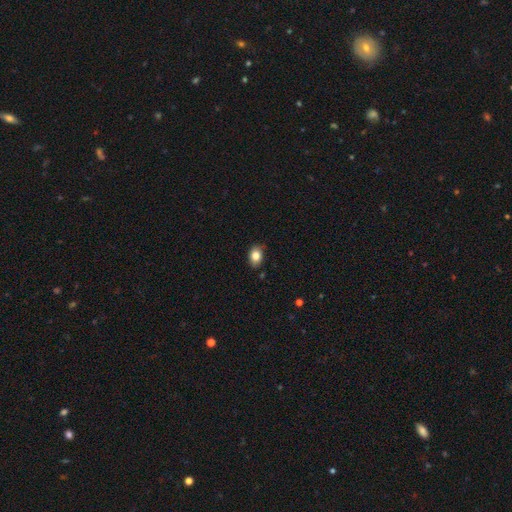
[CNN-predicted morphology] A smooth galaxy with no disk features (83%) that is in between round and cigar-shaped (74%). Merging: none (82%).